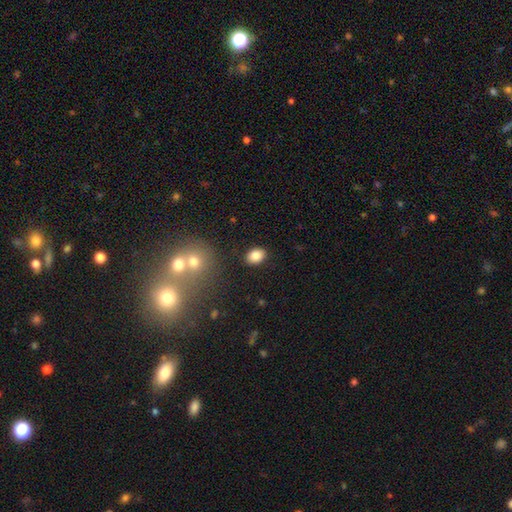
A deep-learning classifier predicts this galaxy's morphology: A smooth galaxy with no disk features (85%) that is in between round and cigar-shaped (72%). Merging: none (88%).